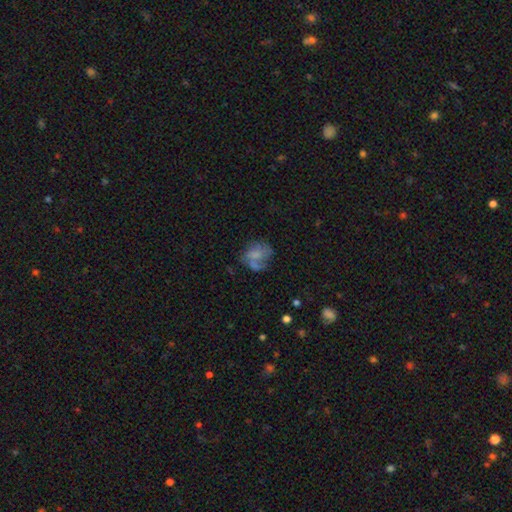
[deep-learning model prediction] Smooth or featured: smooth — 46% (featured or disk — 42%)
Merging: none — 42% (major disturbance — 26%)